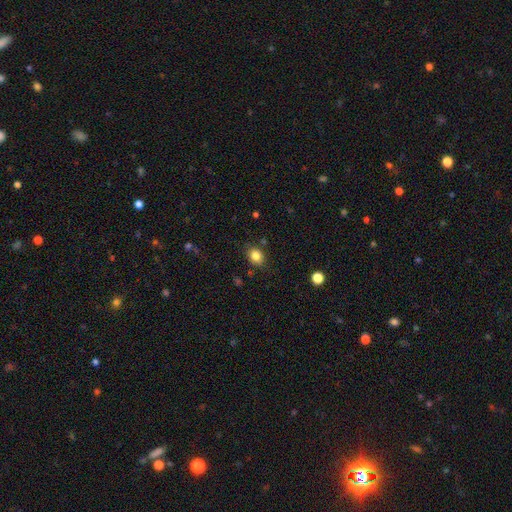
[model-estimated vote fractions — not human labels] smooth_or_featured: smooth (p=0.84) [alt: star or artifact p=0.10]
how_rounded: in between (p=0.54) [alt: round p=0.45]
merging: none (p=0.82) [alt: minor disturbance p=0.13]